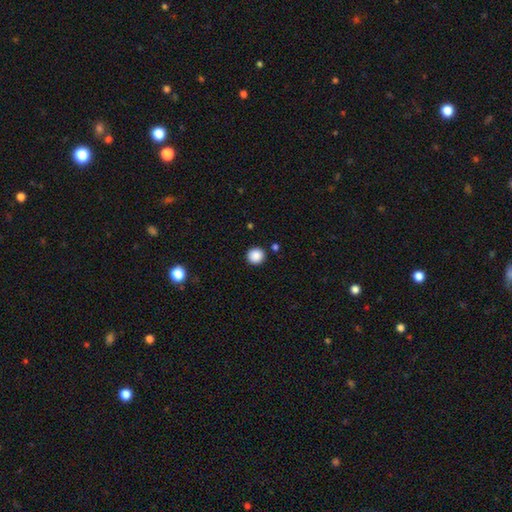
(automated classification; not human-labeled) Smooth or featured? smooth (88%)
How rounded? round (94%)
Merging? none (91%)